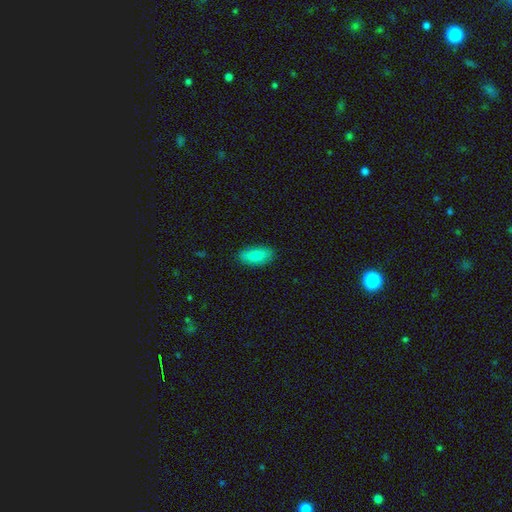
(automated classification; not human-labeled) Smooth or featured: smooth — 85% (featured or disk — 8%)
How rounded: in between — 87% (cigar-shaped — 11%)
Merging: none — 85% (minor disturbance — 12%)